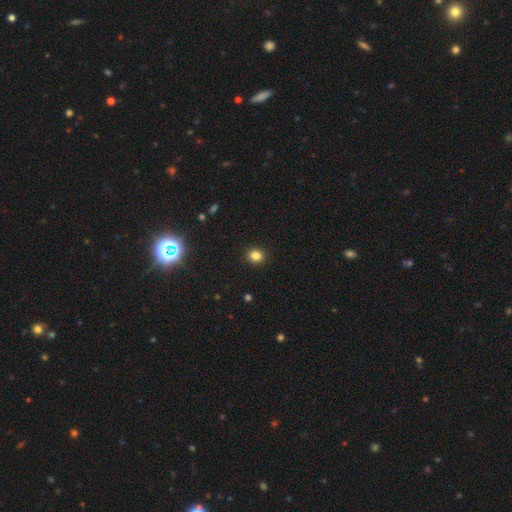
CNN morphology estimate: Overall: smooth (83%). How rounded: round (76%). Merging: none (91%).